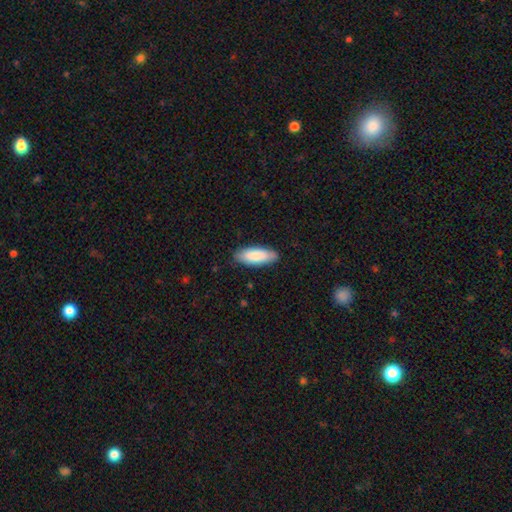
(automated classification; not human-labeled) Smooth or featured? Predicted: smooth (p=0.86). How rounded? Predicted: in between (p=0.71). Merging? Predicted: none (p=0.86).